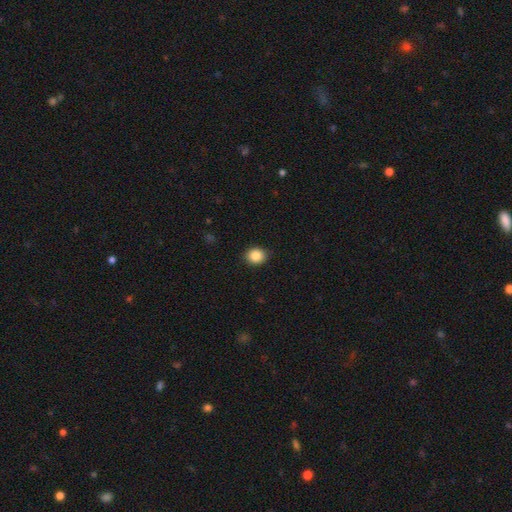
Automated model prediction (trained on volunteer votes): This is clearly a smooth galaxy (86%). How rounded: likely round (67%). Merging: clearly none (90%).